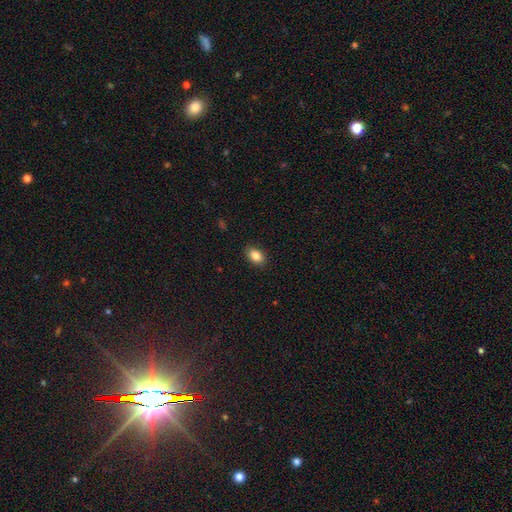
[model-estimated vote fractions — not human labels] Smooth or featured? Predicted: smooth (p=0.86). How rounded? Predicted: in between (p=0.84). Merging? Predicted: none (p=0.89).